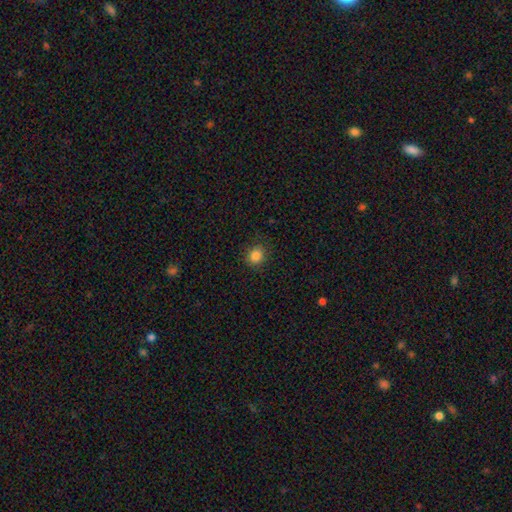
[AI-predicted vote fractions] smooth_or_featured: smooth (p=0.85) [alt: star or artifact p=0.11]
how_rounded: round (p=0.79) [alt: in between p=0.20]
merging: none (p=0.86) [alt: minor disturbance p=0.10]